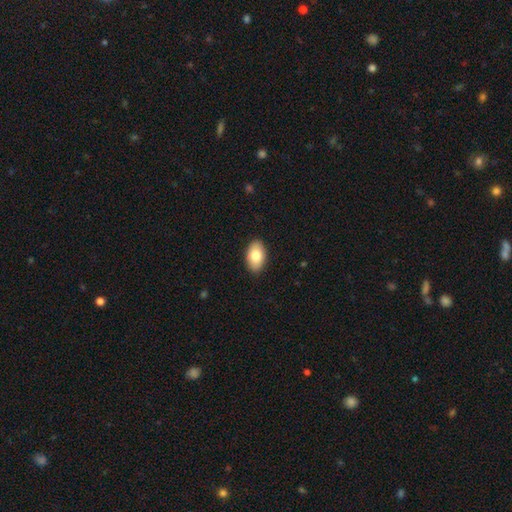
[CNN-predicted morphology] smooth_or_featured: smooth (p=0.81) [alt: featured or disk p=0.12]
how_rounded: in between (p=0.93) [alt: round p=0.06]
merging: none (p=0.89) [alt: minor disturbance p=0.09]